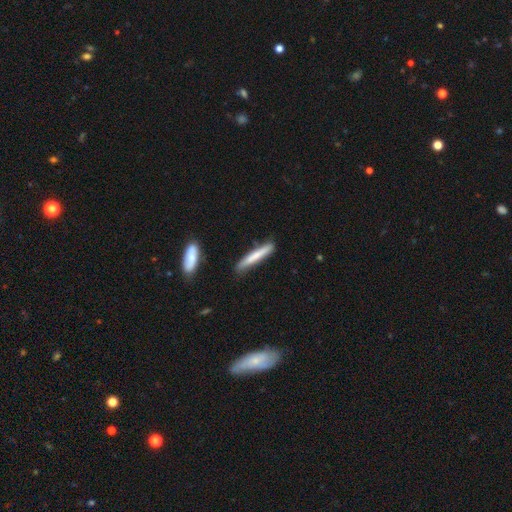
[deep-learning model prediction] The model was most divided on "smooth or featured": smooth: 68%, featured or disk: 26%, star or artifact: 6%. More confident: how rounded — cigar-shaped (94%); merging — none (81%).